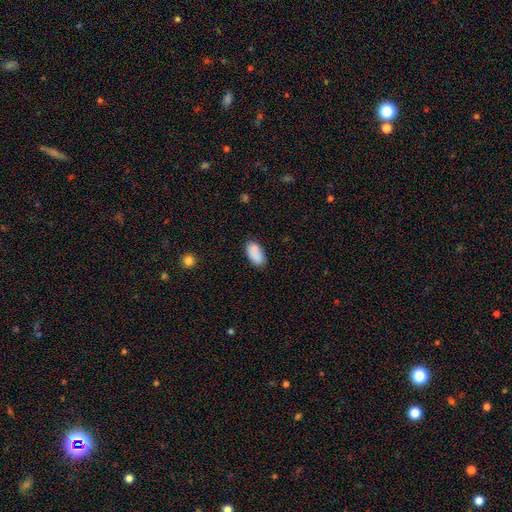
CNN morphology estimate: A smooth galaxy with no disk features (84%) that is in between round and cigar-shaped (93%).

Vote fractions:
- Smooth or featured? smooth: 84% / featured or disk: 9% / star or artifact: 7%
- How rounded? in between: 93% / round: 4% / cigar-shaped: 3%
- Merging? none: 71% / minor disturbance: 17% / merger: 8% / major disturbance: 4%